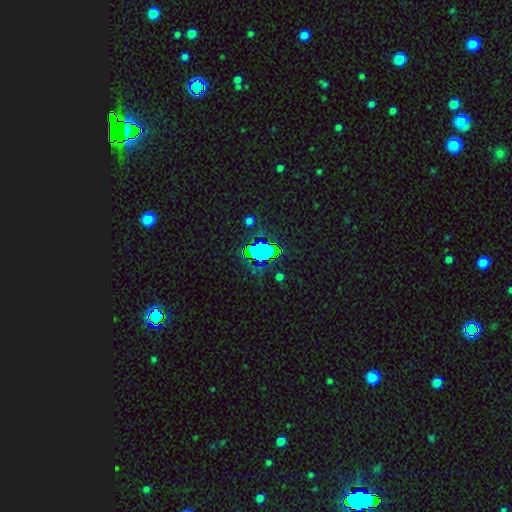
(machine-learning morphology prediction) The model was most divided on "smooth or featured": star or artifact: 64%, smooth: 25%, featured or disk: 11%.